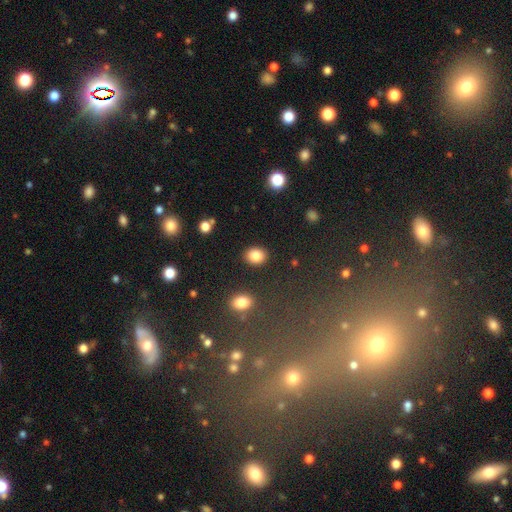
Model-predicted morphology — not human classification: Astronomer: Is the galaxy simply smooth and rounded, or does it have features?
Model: smooth — 86%.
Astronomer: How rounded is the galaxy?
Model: round — 50% (runner-up: in between, 49%).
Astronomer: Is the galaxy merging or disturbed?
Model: none — 88%.